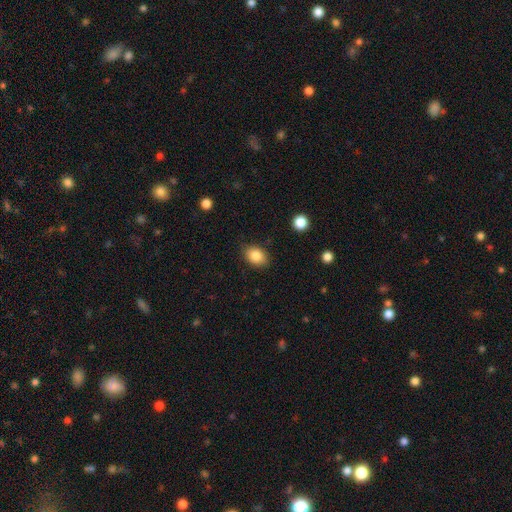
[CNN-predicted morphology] Overall: smooth (85%). How rounded: in between (73%). Merging: none (84%).